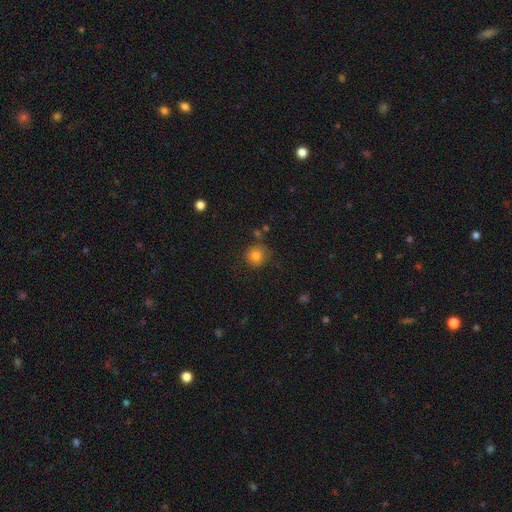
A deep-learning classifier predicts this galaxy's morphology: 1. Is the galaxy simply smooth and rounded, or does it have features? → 82% smooth, 11% star or artifact, 6% featured or disk.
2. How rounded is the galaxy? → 90% round, 9% in between, 1% cigar-shaped.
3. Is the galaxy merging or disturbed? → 78% none, 14% minor disturbance, 4% merger, 4% major disturbance.